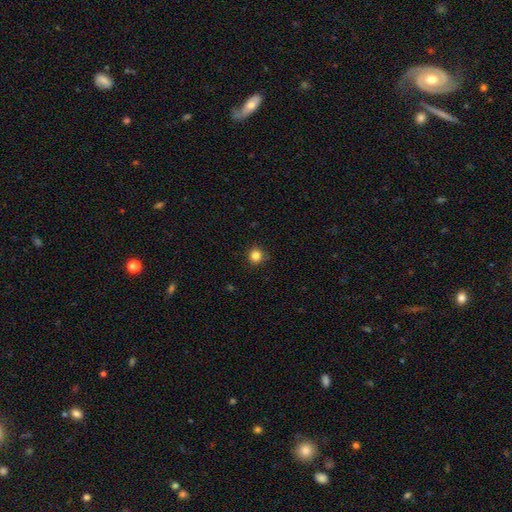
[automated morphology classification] A smooth galaxy with no disk features (84%) that is round (94%).

Vote fractions:
- Smooth or featured? smooth: 84% / star or artifact: 12% / featured or disk: 4%
- How rounded? round: 94% / in between: 5% / cigar-shaped: 1%
- Merging? none: 89% / minor disturbance: 8% / major disturbance: 2% / merger: 1%